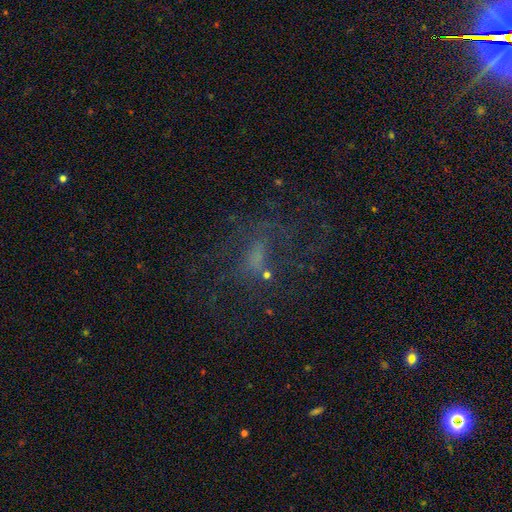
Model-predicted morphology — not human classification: Smooth or featured? Predicted: featured or disk (p=0.47). Merging? Predicted: none (p=0.49).